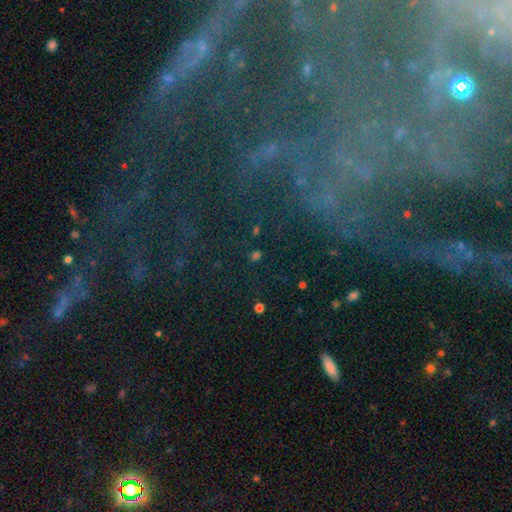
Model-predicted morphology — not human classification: smooth-or-featured: star or artifact: 56% | smooth: 29% | featured or disk: 15%